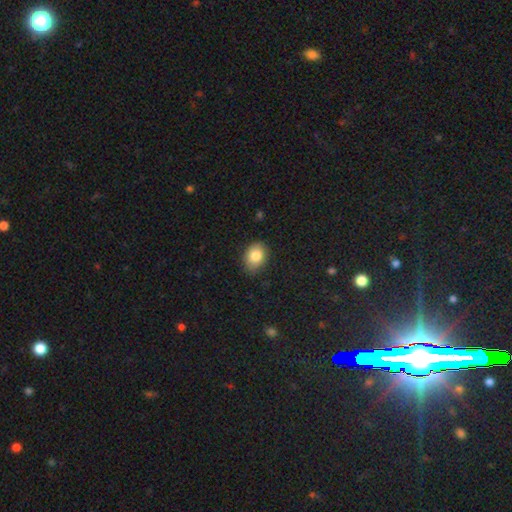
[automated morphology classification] smooth_or_featured: smooth (p=0.83) [alt: star or artifact p=0.09]
how_rounded: in between (p=0.65) [alt: round p=0.34]
merging: none (p=0.80) [alt: minor disturbance p=0.16]